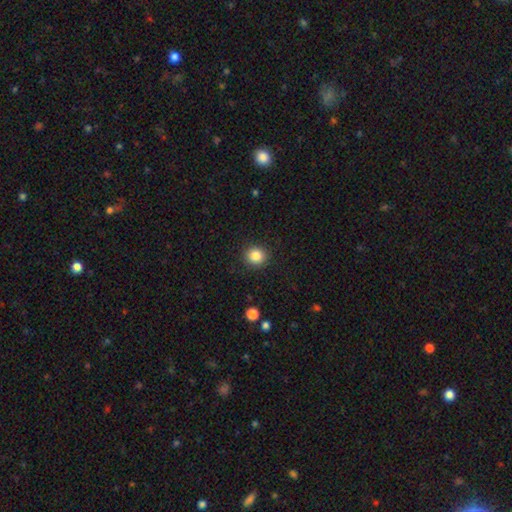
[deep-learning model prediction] smooth 85%, star or artifact 11%, featured or disk 5%. Down the decision tree: how rounded — round (91%); merging — none (91%).